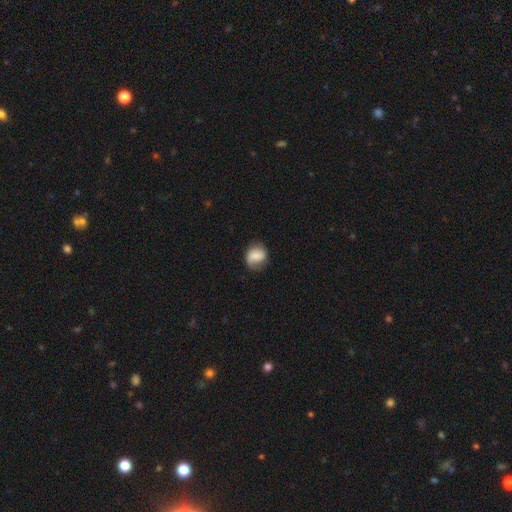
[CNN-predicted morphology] Q: Smooth or featured?
A: smooth (62%); runner-up: featured or disk (30%)
Q: How rounded?
A: round (67%); runner-up: in between (32%)
Q: Merging?
A: none (61%); runner-up: minor disturbance (26%)